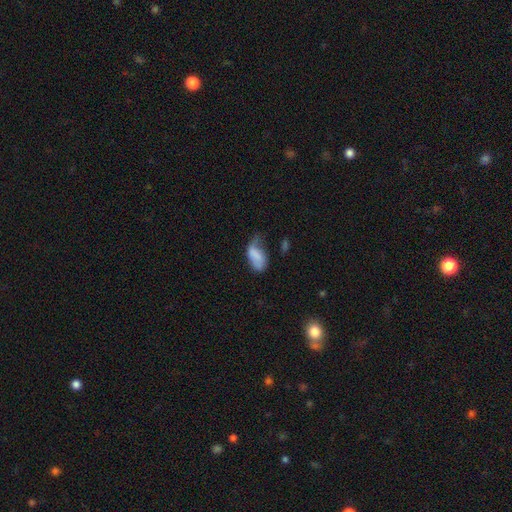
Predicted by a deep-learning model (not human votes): Morphology: type=smooth (72%); roundness=in between (93%); merging=major disturbance (37%).